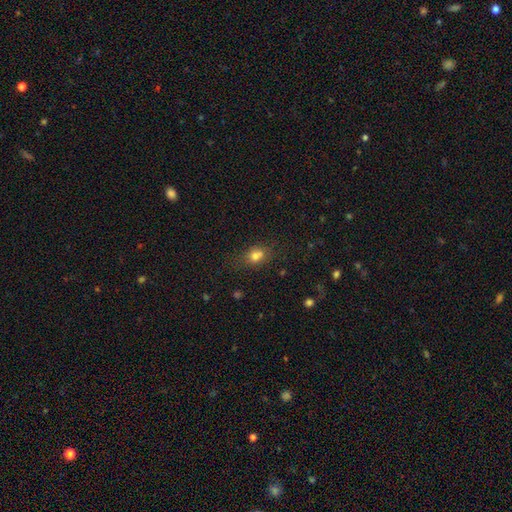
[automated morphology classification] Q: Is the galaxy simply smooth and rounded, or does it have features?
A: smooth — 74%.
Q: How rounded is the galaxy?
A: in between — 49%, tied with round.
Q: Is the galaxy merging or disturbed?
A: none — 52%.